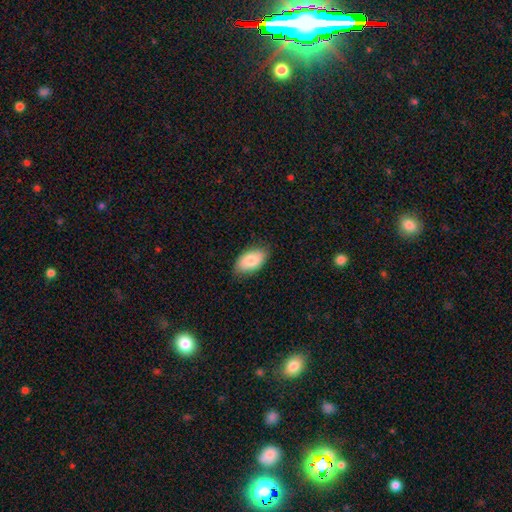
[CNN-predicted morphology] This is clearly a smooth galaxy (81%). How rounded: clearly in between (94%). Merging: clearly none (81%).